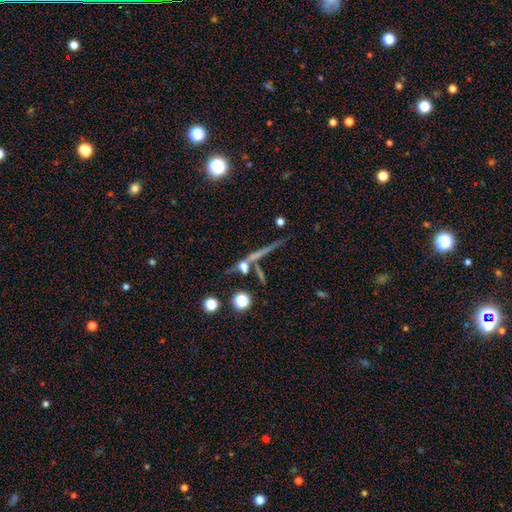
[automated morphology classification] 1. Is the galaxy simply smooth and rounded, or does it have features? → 52% featured or disk, 29% smooth, 19% star or artifact.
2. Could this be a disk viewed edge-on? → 92% yes, 8% no.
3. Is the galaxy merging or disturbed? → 75% none, 12% merger, 9% minor disturbance, 4% major disturbance.